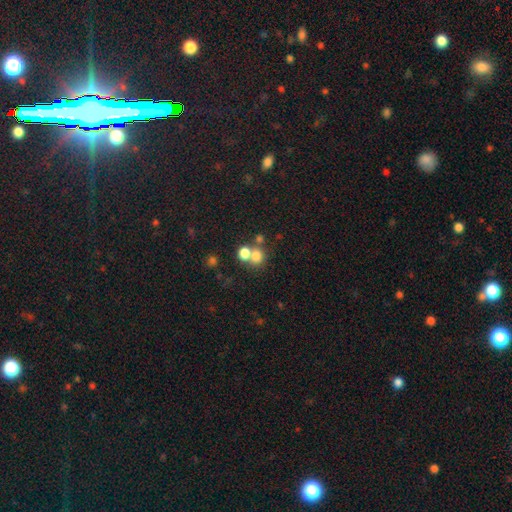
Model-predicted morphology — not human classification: A smooth galaxy with no disk features (73%) that is round (75%).

Vote fractions:
- Smooth or featured? smooth: 73% / star or artifact: 15% / featured or disk: 12%
- How rounded? round: 75% / in between: 24% / cigar-shaped: 1%
- Merging? merger: 46% / none: 43% / minor disturbance: 7% / major disturbance: 4%